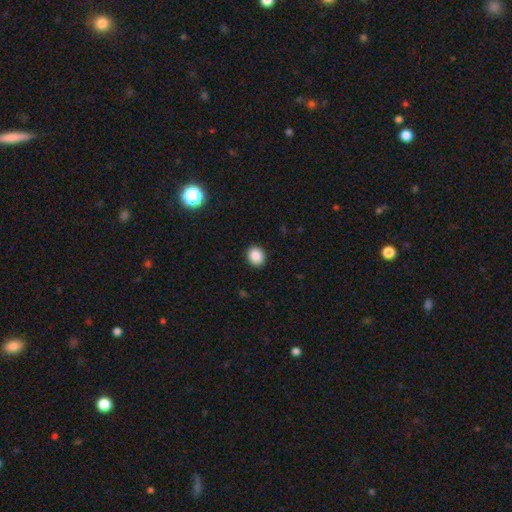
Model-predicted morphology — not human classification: Smooth or featured? smooth (88%)
How rounded? round (70%)
Merging? none (91%)